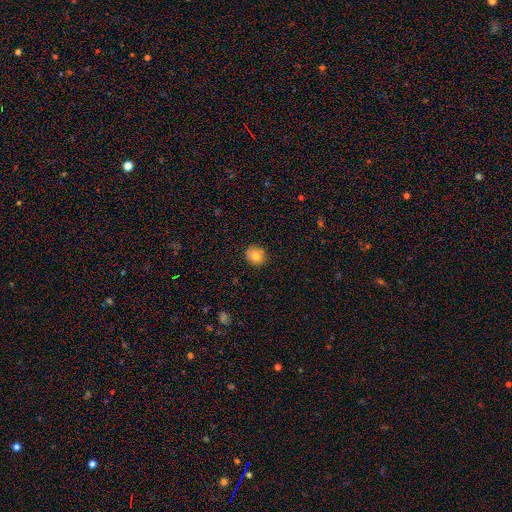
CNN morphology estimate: Smooth or featured? Predicted: smooth (p=0.79). How rounded? Predicted: round (p=0.86). Merging? Predicted: none (p=0.86).